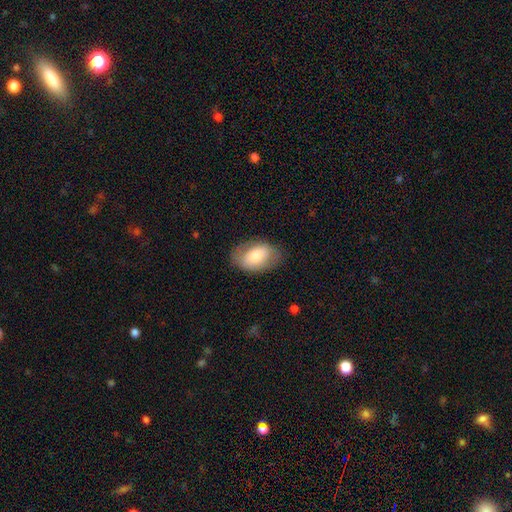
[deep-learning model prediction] Morphology: type=smooth (70%); roundness=in between (88%); merging=none (77%).